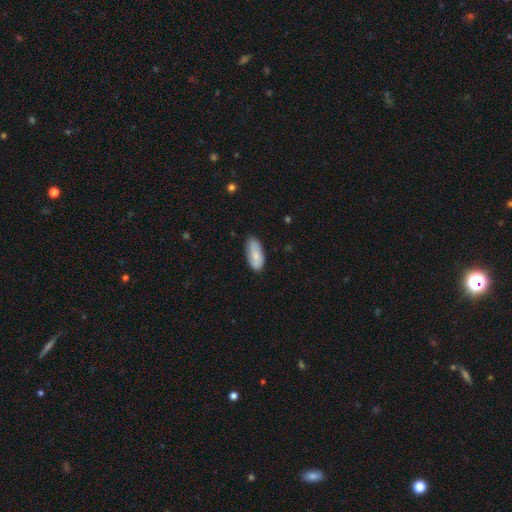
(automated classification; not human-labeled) A smooth galaxy with no disk features (77%) that is in between round and cigar-shaped (85%).

Vote fractions:
- Smooth or featured? smooth: 77% / featured or disk: 17% / star or artifact: 6%
- How rounded? in between: 85% / cigar-shaped: 13% / round: 2%
- Merging? none: 78% / minor disturbance: 18% / major disturbance: 3% / merger: 1%